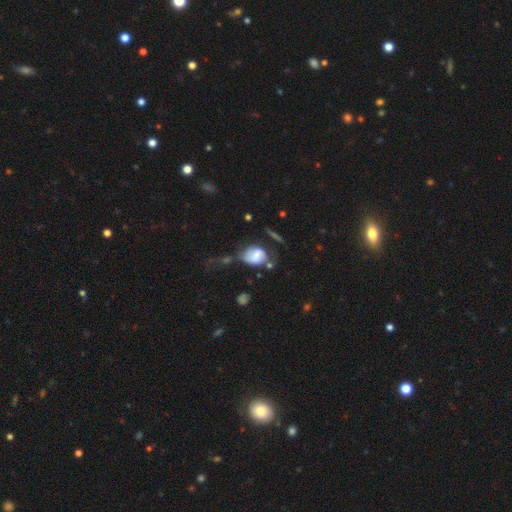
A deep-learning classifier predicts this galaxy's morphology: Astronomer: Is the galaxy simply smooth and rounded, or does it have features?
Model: smooth — 60%.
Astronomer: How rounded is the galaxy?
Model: in between — 55% (runner-up: round, 44%).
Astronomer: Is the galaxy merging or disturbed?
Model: none — 36% (runner-up: minor disturbance, 26%).